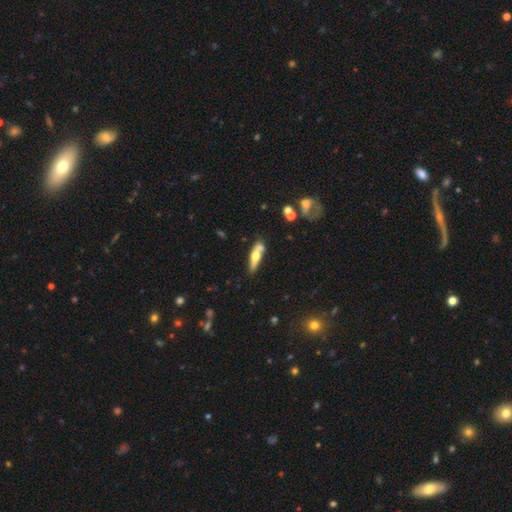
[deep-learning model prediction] A featured or disk galaxy (50%) viewed edge-on (83%).

Vote fractions:
- Smooth or featured? featured or disk: 50% / smooth: 43% / star or artifact: 6%
- Edge-on disk? yes: 83% / no: 17%
- Merging? none: 59% / merger: 19% / minor disturbance: 17% / major disturbance: 5%